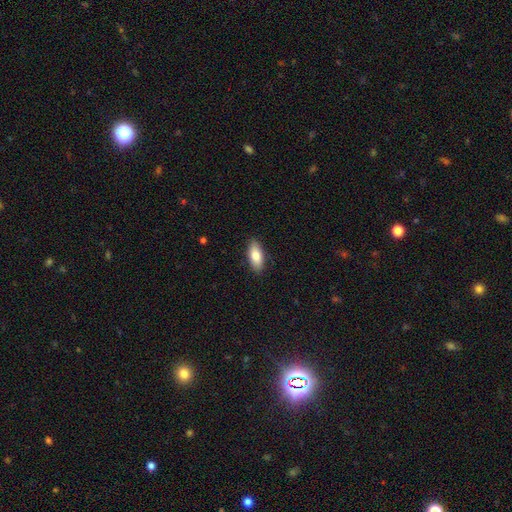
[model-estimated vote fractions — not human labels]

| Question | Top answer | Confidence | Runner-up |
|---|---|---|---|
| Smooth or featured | smooth | 81% | featured or disk (13%) |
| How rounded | in between | 84% | cigar-shaped (14%) |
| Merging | none | 88% | minor disturbance (9%) |